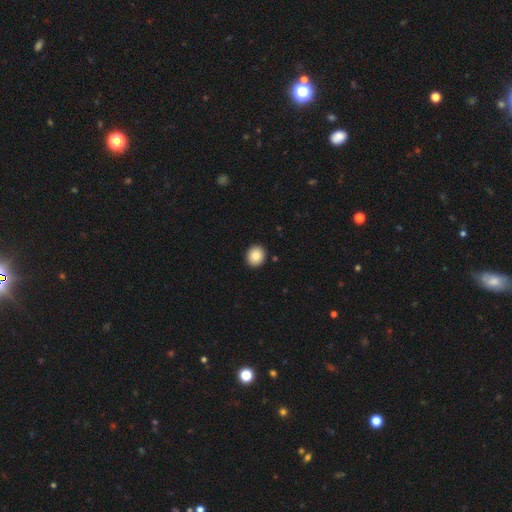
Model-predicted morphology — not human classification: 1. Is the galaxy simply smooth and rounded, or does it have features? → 87% smooth, 8% star or artifact, 4% featured or disk.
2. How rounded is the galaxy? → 74% round, 26% in between, 1% cigar-shaped.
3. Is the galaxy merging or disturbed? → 92% none, 5% minor disturbance, 2% major disturbance, 1% merger.